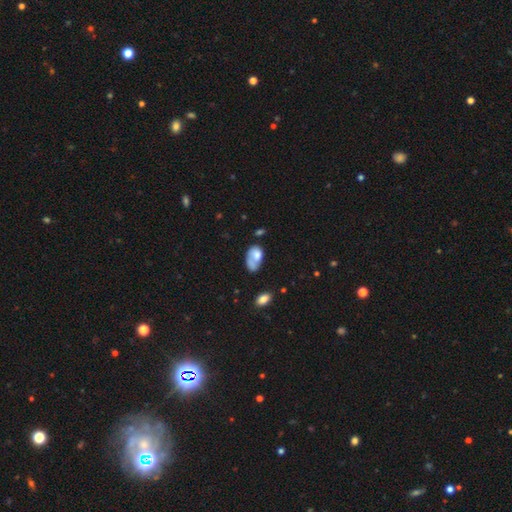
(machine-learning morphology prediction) A smooth galaxy with no disk features (67%) that is in between round and cigar-shaped (86%).

Vote fractions:
- Smooth or featured? smooth: 67% / featured or disk: 25% / star or artifact: 8%
- How rounded? in between: 86% / round: 12% / cigar-shaped: 2%
- Merging? merger: 28% / none: 27% / major disturbance: 23% / minor disturbance: 22%